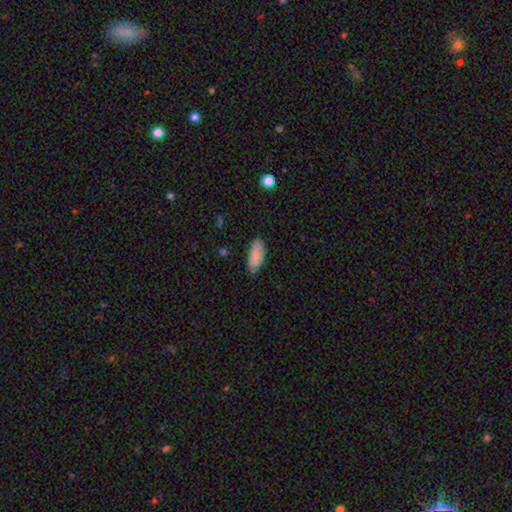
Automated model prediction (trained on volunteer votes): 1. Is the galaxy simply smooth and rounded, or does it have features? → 87% smooth, 7% featured or disk, 6% star or artifact.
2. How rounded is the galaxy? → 87% in between, 12% cigar-shaped, 2% round.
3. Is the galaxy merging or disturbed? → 78% none, 18% minor disturbance, 3% major disturbance, 1% merger.